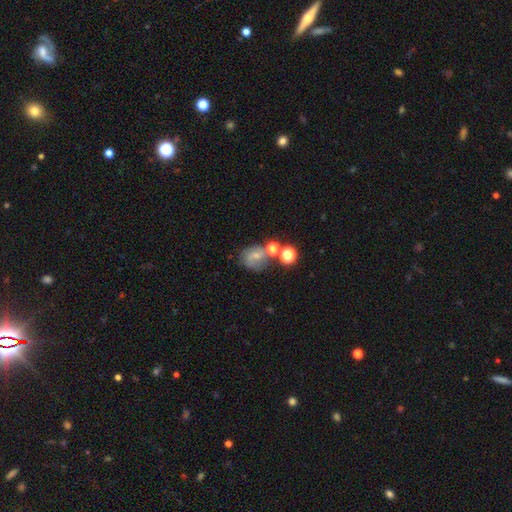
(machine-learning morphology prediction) Smooth or featured? Predicted: smooth (p=0.54). How rounded? Predicted: round (p=0.71). Merging? Predicted: none (p=0.47).